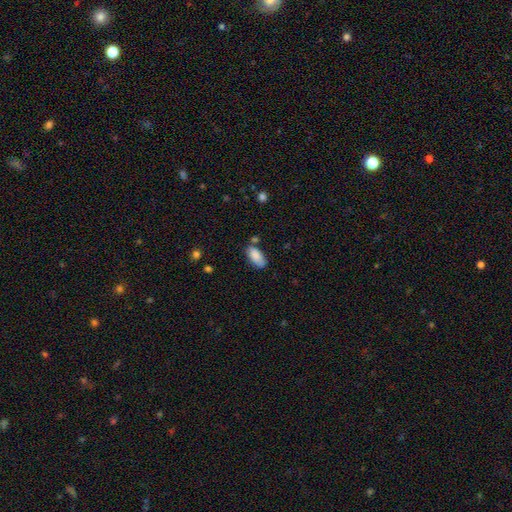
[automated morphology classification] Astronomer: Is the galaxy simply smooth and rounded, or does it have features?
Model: smooth — 88%.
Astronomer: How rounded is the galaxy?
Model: in between — 92%.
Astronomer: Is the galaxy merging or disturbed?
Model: none — 70%.